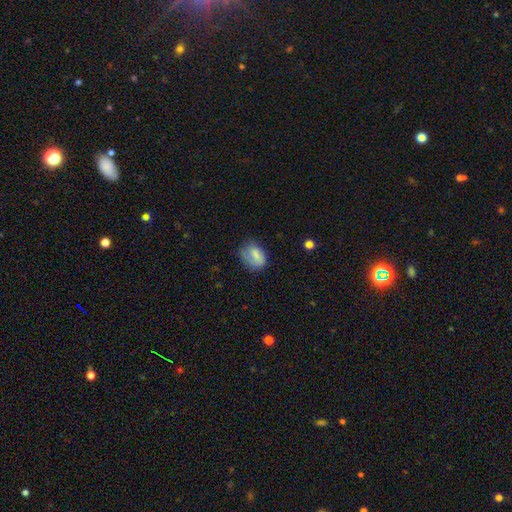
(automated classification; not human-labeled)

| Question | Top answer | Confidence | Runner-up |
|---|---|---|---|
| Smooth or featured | smooth | 79% | featured or disk (13%) |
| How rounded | in between | 75% | round (23%) |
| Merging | none | 59% | minor disturbance (29%) |